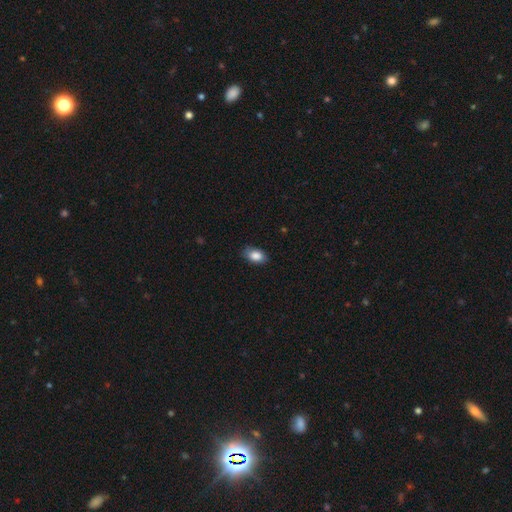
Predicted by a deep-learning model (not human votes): Smooth or featured? smooth (86%)
How rounded? in between (90%)
Merging? none (82%)